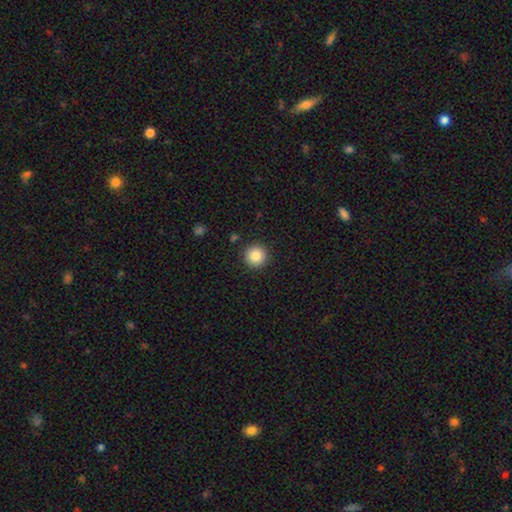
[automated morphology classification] Smooth or featured? smooth (86%)
How rounded? round (95%)
Merging? none (91%)